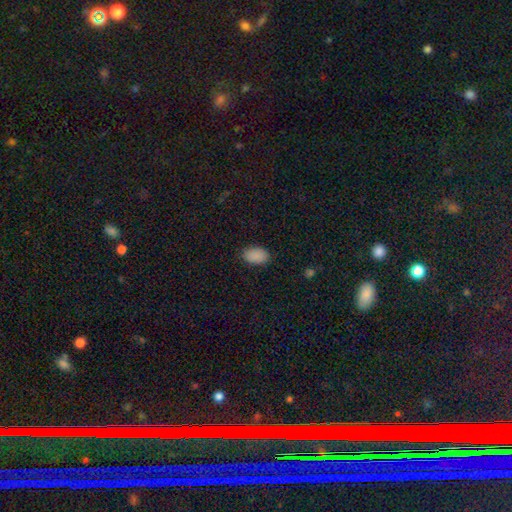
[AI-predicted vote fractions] This is clearly a smooth galaxy (89%). How rounded: clearly in between (91%). Merging: clearly none (86%).